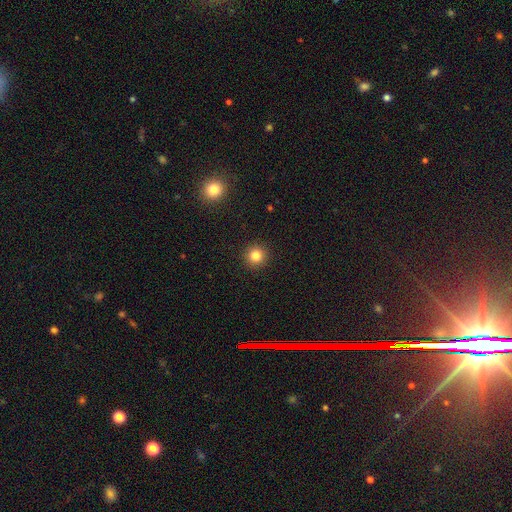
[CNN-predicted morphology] Smooth or featured? smooth (82%)
How rounded? round (95%)
Merging? none (93%)